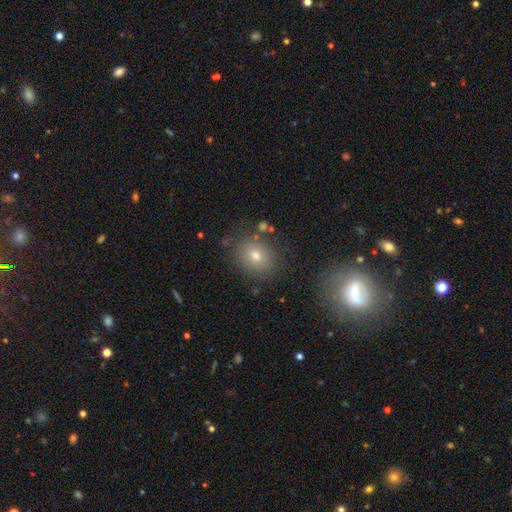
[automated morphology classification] Smooth or featured: smooth — 71% (star or artifact — 16%)
How rounded: round — 64% (in between — 35%)
Merging: none — 81% (minor disturbance — 10%)